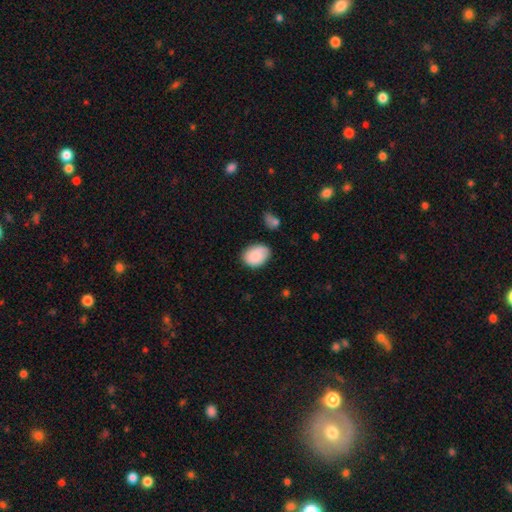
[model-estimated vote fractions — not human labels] A smooth galaxy with no disk features (83%) that is in between round and cigar-shaped (71%). Merging: none (68%).